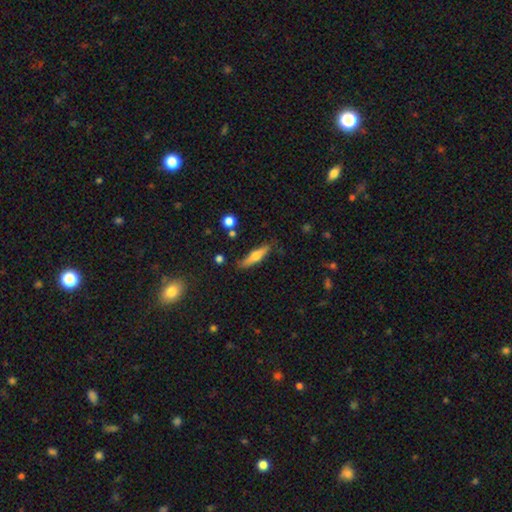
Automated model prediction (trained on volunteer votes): Smooth or featured? Predicted: featured or disk (p=0.50). Edge-on disk? Predicted: yes (p=0.93). Merging? Predicted: none (p=0.82).